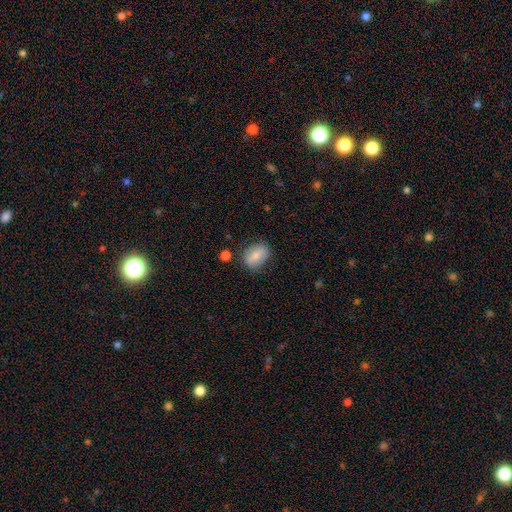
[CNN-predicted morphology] Smooth or featured: smooth — 77% (featured or disk — 15%)
How rounded: in between — 74% (round — 24%)
Merging: none — 75% (minor disturbance — 18%)